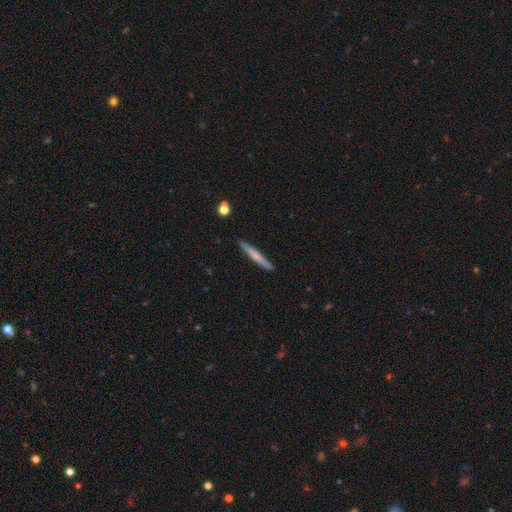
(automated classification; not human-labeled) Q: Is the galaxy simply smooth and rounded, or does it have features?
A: smooth — 57%.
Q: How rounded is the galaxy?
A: cigar-shaped — 96%.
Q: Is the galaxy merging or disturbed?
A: none — 91%.